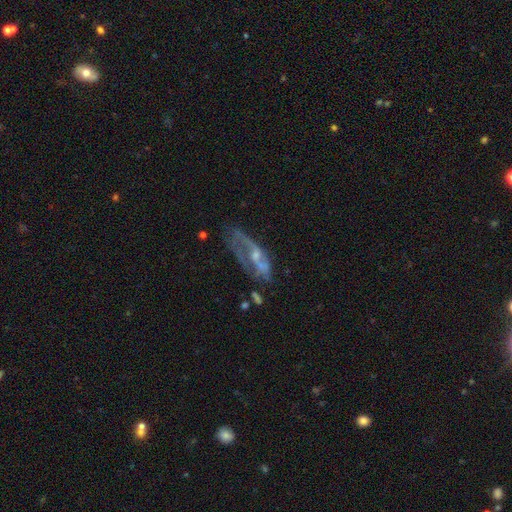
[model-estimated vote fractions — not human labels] featured or disk 70%, smooth 20%, star or artifact 9%. Down the decision tree: edge-on disk — no (85%); bar — no (63%); spiral arms — yes (57%); bulge size — small (50%); merging — none (41%).